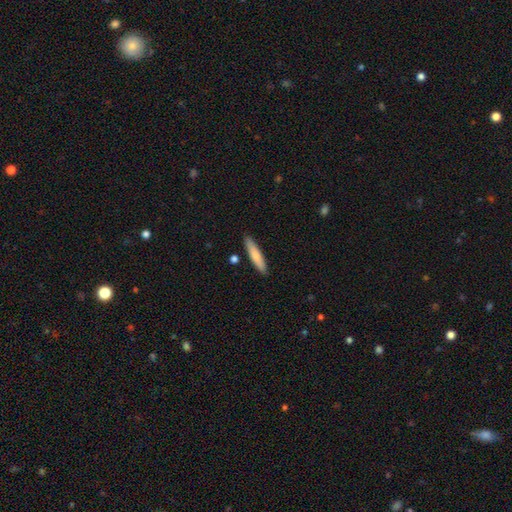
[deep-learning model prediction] Smooth or featured: smooth — 75% (featured or disk — 20%)
How rounded: cigar-shaped — 86% (in between — 13%)
Merging: none — 88% (minor disturbance — 8%)